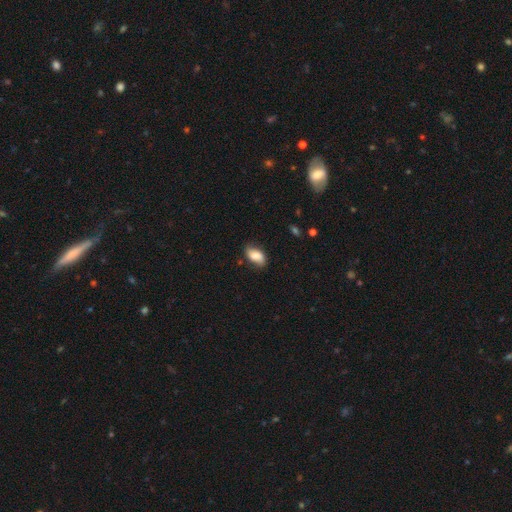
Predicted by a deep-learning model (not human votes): A smooth galaxy with no disk features (71%) that is in between round and cigar-shaped (91%). Merging: none (73%).